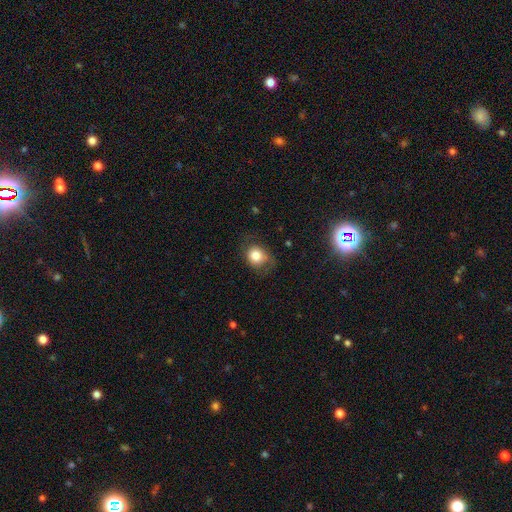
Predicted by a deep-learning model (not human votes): smooth 76%, featured or disk 14%, star or artifact 10%. Down the decision tree: how rounded — round (68%); merging — none (61%).